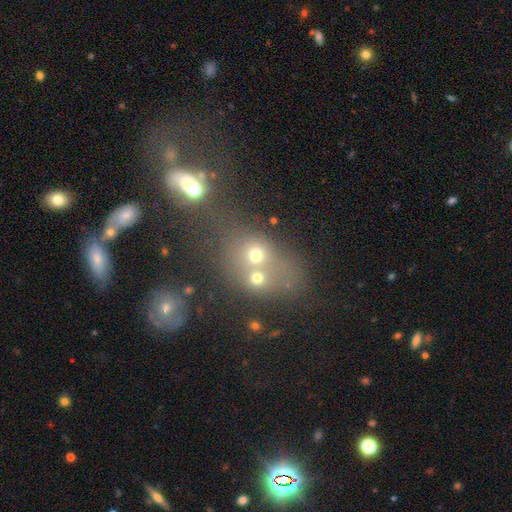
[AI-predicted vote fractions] Smooth or featured?
  - smooth: 53% *
  - star or artifact: 28%
  - featured or disk: 19%
How rounded?
  - round: 63% *
  - in between: 35%
  - cigar-shaped: 2%
Merging?
  - merger: 58% *
  - none: 28%
  - minor disturbance: 8%
  - major disturbance: 7%